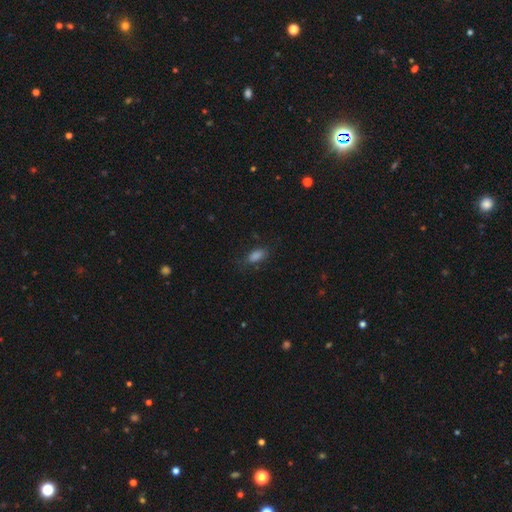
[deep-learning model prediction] smooth 77%, star or artifact 16%, featured or disk 7%. Down the decision tree: how rounded — in between (82%); merging — none (77%).